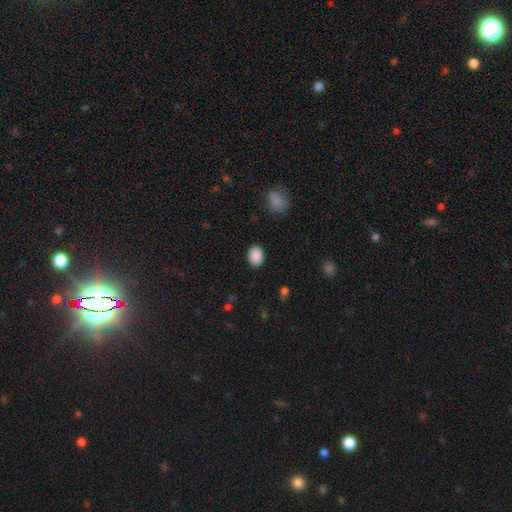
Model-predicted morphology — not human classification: This appears to be a smooth galaxy with no disk features (90%) that is in between round and cigar-shaped (70%). Merging: none (89%).